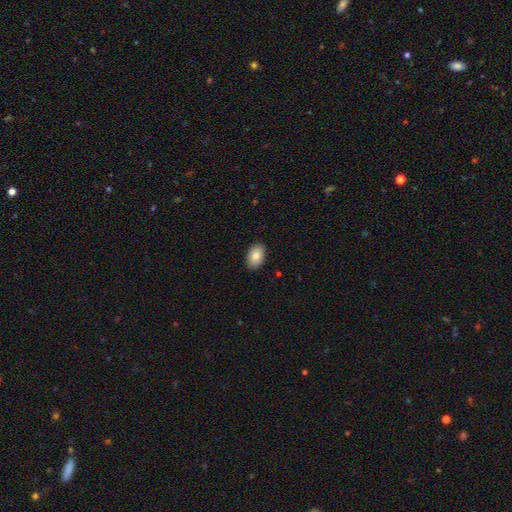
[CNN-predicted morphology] Overall: smooth (83%). How rounded: in between (88%). Merging: none (89%).